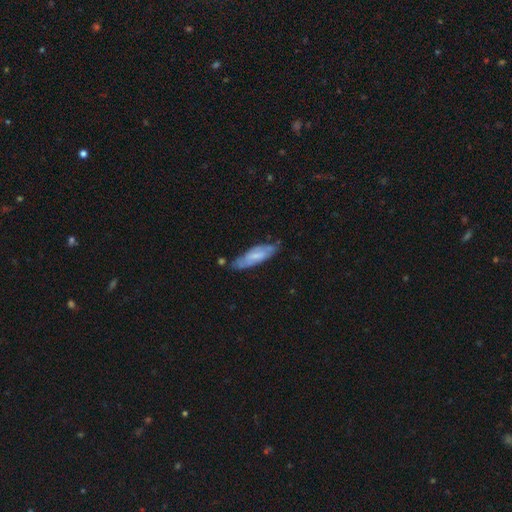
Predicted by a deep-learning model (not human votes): Smooth or featured?
  - smooth: 50% *
  - featured or disk: 44%
  - star or artifact: 6%
Merging?
  - none: 67% *
  - minor disturbance: 24%
  - major disturbance: 6%
  - merger: 4%